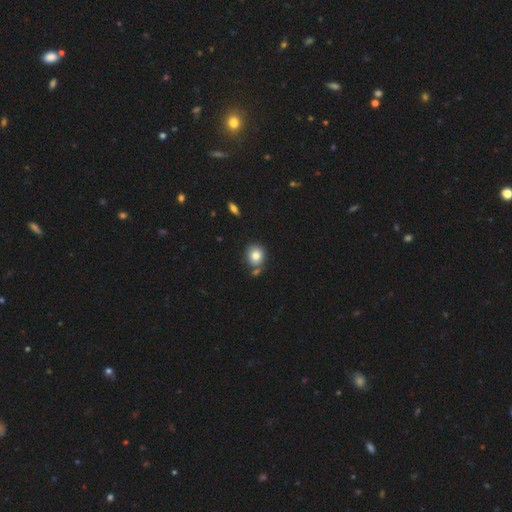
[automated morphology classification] Smooth or featured? smooth (81%)
How rounded? round (79%)
Merging? none (69%)